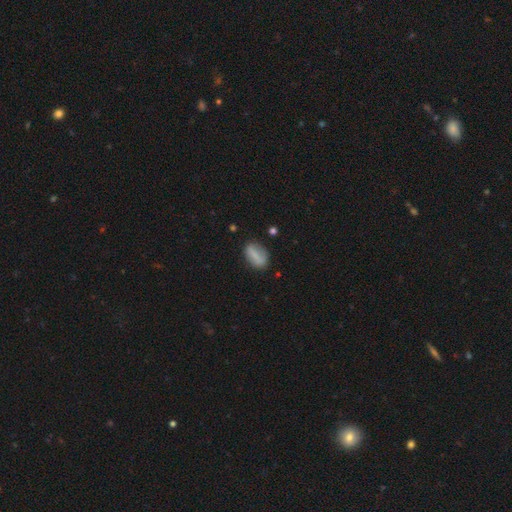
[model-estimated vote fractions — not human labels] Smooth or featured: smooth — 75% (featured or disk — 17%)
How rounded: in between — 84% (round — 10%)
Merging: none — 73% (minor disturbance — 19%)